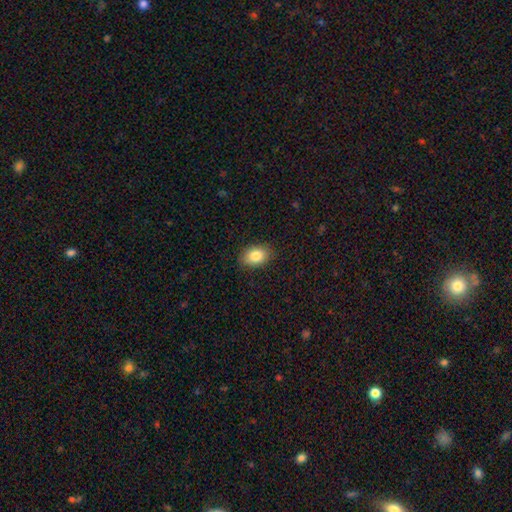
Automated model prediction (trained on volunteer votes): A smooth galaxy with no disk features (85%) that is in between round and cigar-shaped (84%). Merging: none (87%).